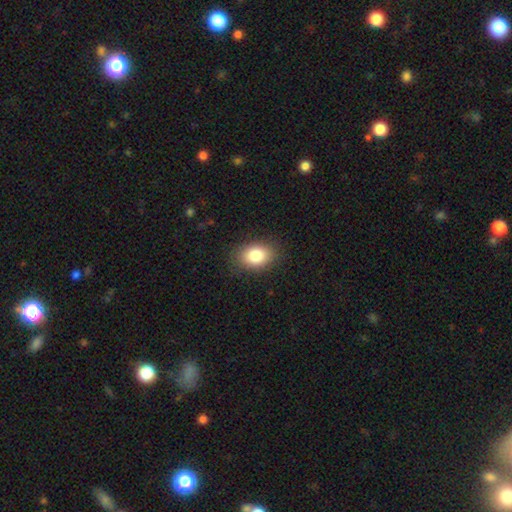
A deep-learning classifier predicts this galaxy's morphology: Smooth or featured? Predicted: smooth (p=0.84). How rounded? Predicted: in between (p=0.79). Merging? Predicted: none (p=0.86).